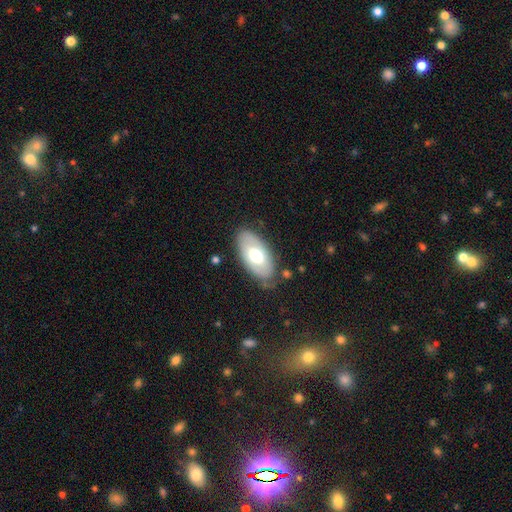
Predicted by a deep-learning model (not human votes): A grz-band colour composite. It shows a smooth galaxy with no disk features (56%) that is in between round and cigar-shaped (93%). Merging: none (77%).